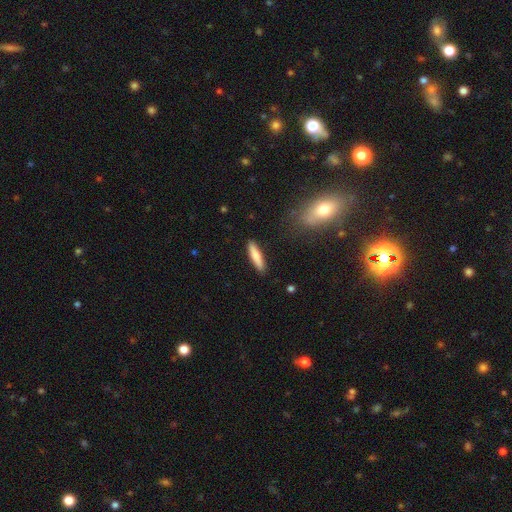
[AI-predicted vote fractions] A smooth galaxy with no disk features (77%) that is cigar-shaped (82%).

Vote fractions:
- Smooth or featured? smooth: 77% / featured or disk: 17% / star or artifact: 6%
- How rounded? cigar-shaped: 82% / in between: 17% / round: 1%
- Merging? none: 89% / minor disturbance: 8% / major disturbance: 2% / merger: 1%